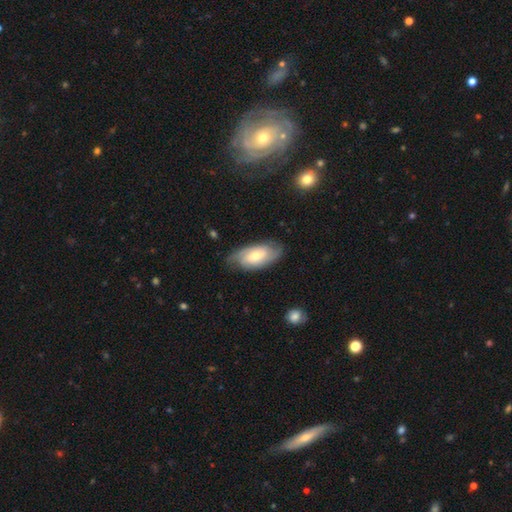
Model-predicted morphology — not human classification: This appears to be a featured or disk galaxy (57%) with no bar (59%), spiral arms (85%) and a moderate central bulge (59%). Merging: none (75%).